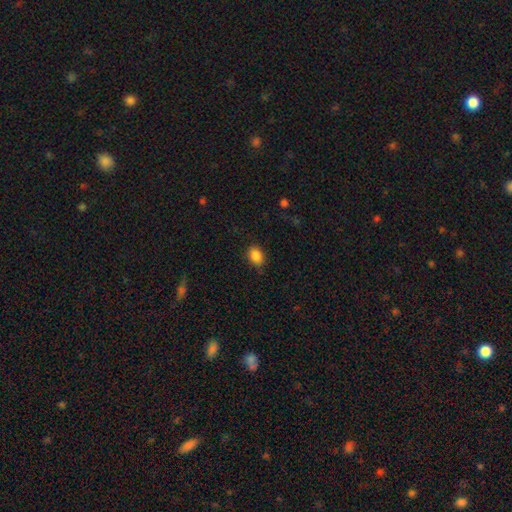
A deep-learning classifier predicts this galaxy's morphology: This is clearly a smooth galaxy (87%). How rounded: likely in between (72%). Merging: clearly none (83%).